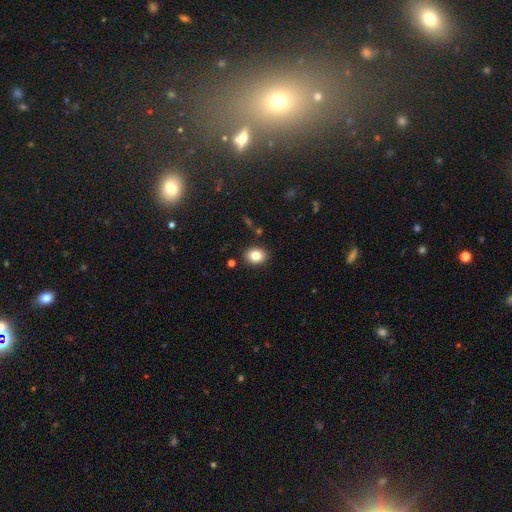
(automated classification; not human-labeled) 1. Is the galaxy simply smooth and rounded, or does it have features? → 84% smooth, 9% star or artifact, 7% featured or disk.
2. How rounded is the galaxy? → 51% round, 48% in between, 1% cigar-shaped.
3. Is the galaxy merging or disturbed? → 88% none, 8% minor disturbance, 2% merger, 2% major disturbance.